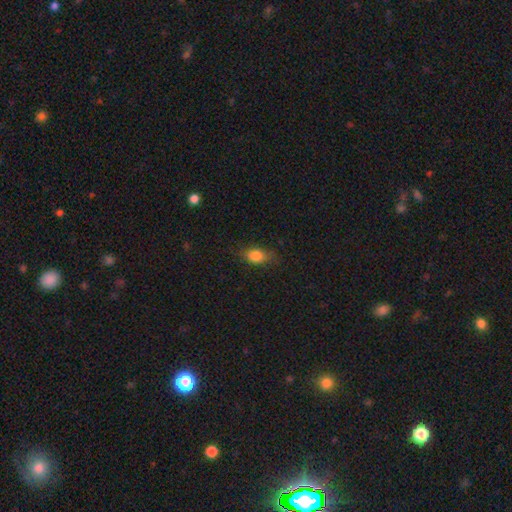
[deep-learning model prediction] Smooth or featured? Predicted: smooth (p=0.81). How rounded? Predicted: in between (p=0.73). Merging? Predicted: none (p=0.73).